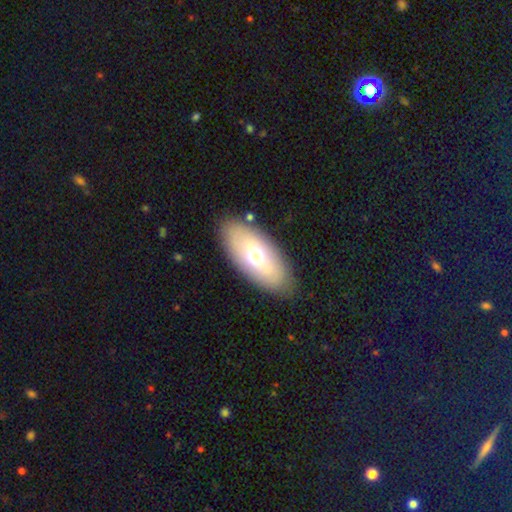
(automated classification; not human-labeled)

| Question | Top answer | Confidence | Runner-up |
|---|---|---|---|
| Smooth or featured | smooth | 62% | featured or disk (31%) |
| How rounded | in between | 90% | cigar-shaped (7%) |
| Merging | none | 84% | minor disturbance (10%) |